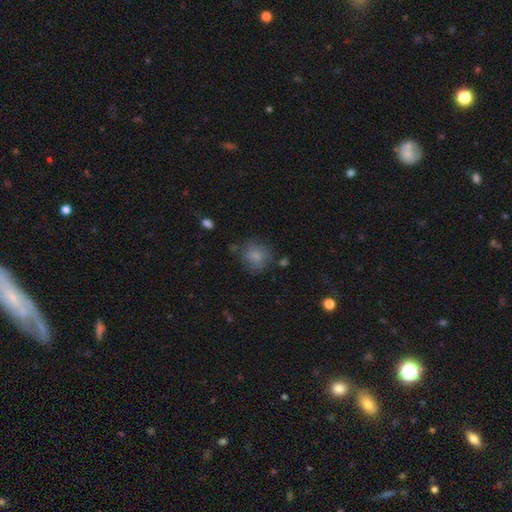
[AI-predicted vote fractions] Overall: smooth (80%). How rounded: round (80%). Merging: none (67%).